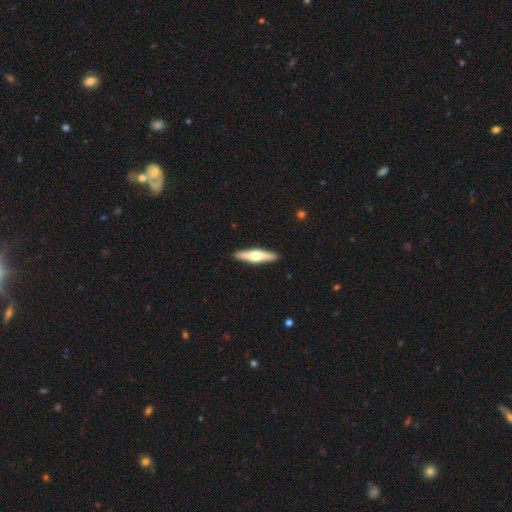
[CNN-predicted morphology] smooth_or_featured: featured or disk (p=0.57) [alt: smooth p=0.39]
disk_edge_on: yes (p=0.95) [alt: no p=0.05]
edge_on_bulge: rounded (p=0.94) [alt: boxy p=0.03]
merging: none (p=0.92) [alt: minor disturbance p=0.06]